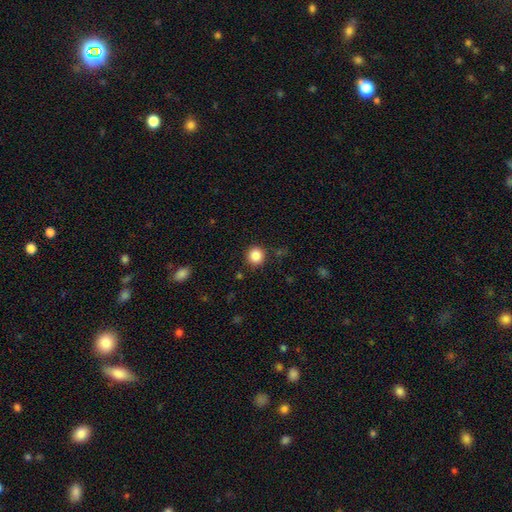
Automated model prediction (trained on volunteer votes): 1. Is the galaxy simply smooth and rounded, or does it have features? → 86% smooth, 10% star or artifact, 4% featured or disk.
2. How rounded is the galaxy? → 93% round, 6% in between, 1% cigar-shaped.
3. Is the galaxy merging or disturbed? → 89% none, 7% minor disturbance, 3% major disturbance, 2% merger.